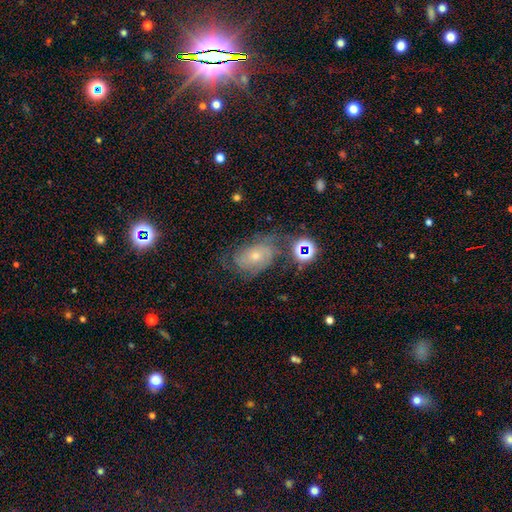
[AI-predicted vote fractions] smooth-or-featured: featured or disk: 65% | smooth: 18% | star or artifact: 17%
  disk-edge-on: no: 95% | yes: 5%
    bar: no: 77% | weak: 18% | strong: 5%
    has-spiral-arms: yes: 87% | no: 13%
      spiral-winding: tight: 57% | medium: 32% | loose: 11%
      spiral-arm-count: can't tell: 44% | 2: 25% | 3: 15% | 4: 6% | 1: 5% | more than 4: 4%
    bulge-size: small: 58% | moderate: 38% | large: 2% | none: 2% | dominant: 1%
  merging: none: 61% | minor disturbance: 21% | major disturbance: 14% | merger: 4%